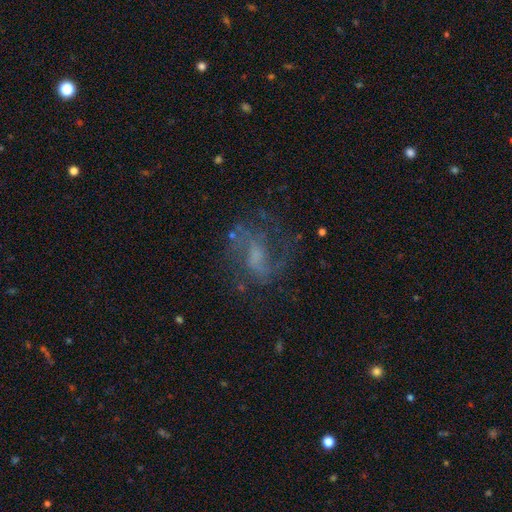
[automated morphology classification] Smooth or featured? featured or disk (71%)
Edge-on disk? no (96%)
Bar? weak (47%)
Spiral arms? yes (84%)
Spiral winding? medium (45%)
Spiral arm count? 2 (71%)
Bulge size? small (34%)
Merging? none (63%)